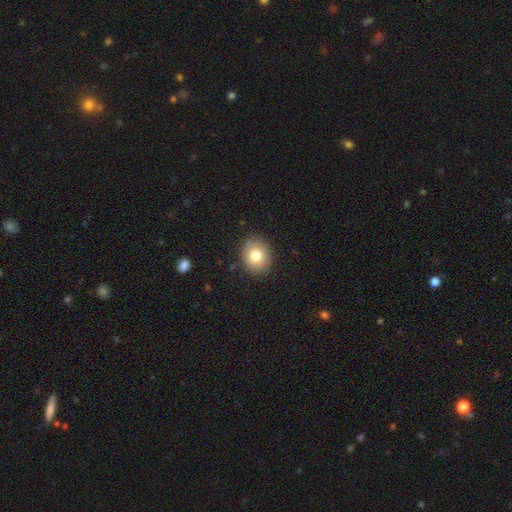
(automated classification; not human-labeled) Smooth or featured? Predicted: smooth (p=0.77). How rounded? Predicted: round (p=0.74). Merging? Predicted: none (p=0.87).